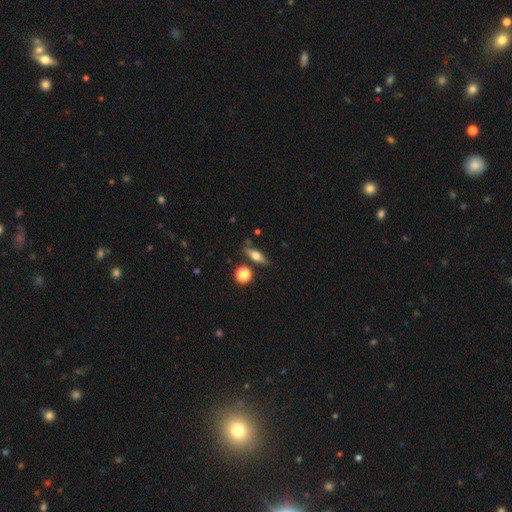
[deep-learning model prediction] The model was most divided on "smooth or featured": smooth: 49%, featured or disk: 43%, star or artifact: 9%. More confident: merging — none (79%).